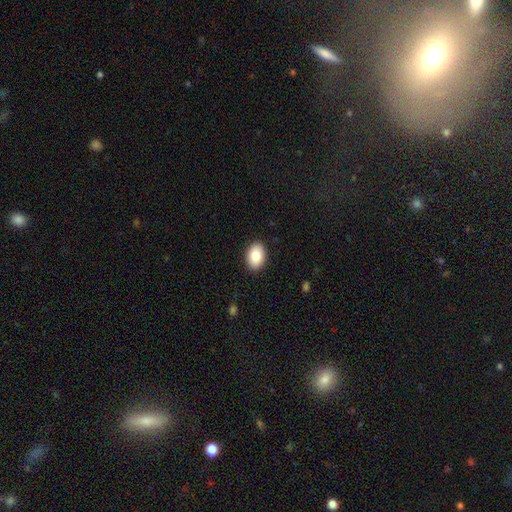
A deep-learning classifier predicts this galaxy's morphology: smooth-or-featured: smooth: 89% | star or artifact: 7% | featured or disk: 5%
  how-rounded: in between: 85% | round: 14% | cigar-shaped: 1%
  merging: none: 90% | minor disturbance: 7% | major disturbance: 2% | merger: 1%